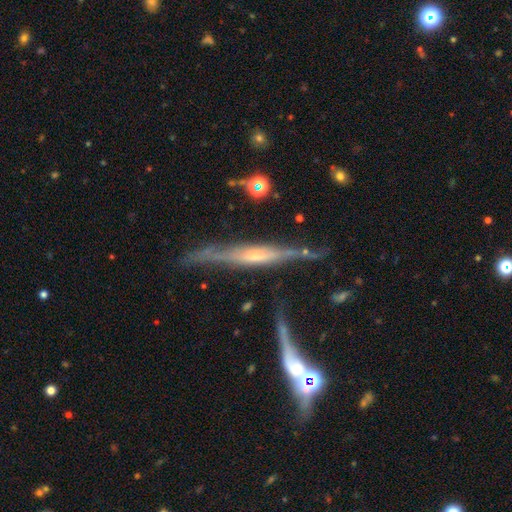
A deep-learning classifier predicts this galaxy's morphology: smooth_or_featured: featured or disk (p=0.78) [alt: smooth p=0.15]
disk_edge_on: yes (p=0.91) [alt: no p=0.09]
edge_on_bulge: rounded (p=0.48) [alt: none p=0.26]
merging: none (p=0.60) [alt: minor disturbance p=0.22]